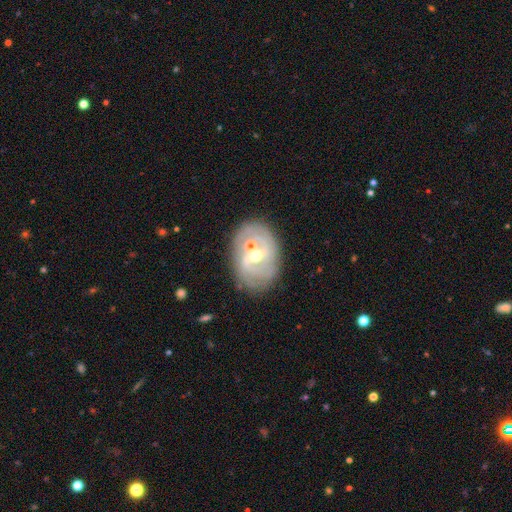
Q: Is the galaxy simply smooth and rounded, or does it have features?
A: featured or disk — 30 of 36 (83%).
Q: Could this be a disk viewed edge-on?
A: no — 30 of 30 (100%).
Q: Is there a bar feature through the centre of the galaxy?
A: weak — 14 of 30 (47%).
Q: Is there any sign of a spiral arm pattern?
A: yes — 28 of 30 (93%).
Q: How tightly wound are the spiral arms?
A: medium — 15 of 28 (54%).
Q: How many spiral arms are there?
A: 2 — 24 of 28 (86%).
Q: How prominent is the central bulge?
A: small — 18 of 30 (60%).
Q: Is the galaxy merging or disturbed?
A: none — 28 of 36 (78%).